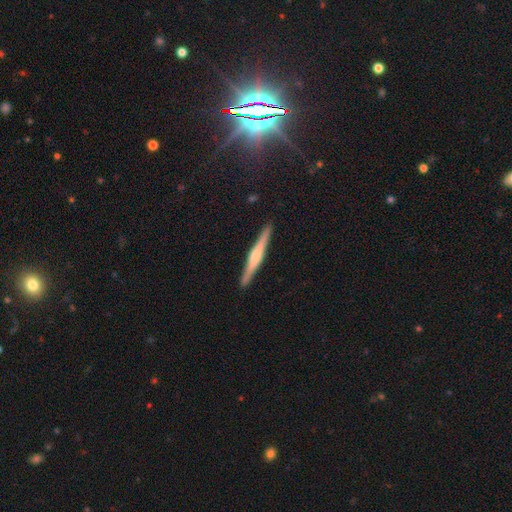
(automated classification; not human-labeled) Smooth or featured? featured or disk (65%)
Edge-on disk? yes (98%)
Edge-on bulge? rounded (64%)
Merging? none (91%)